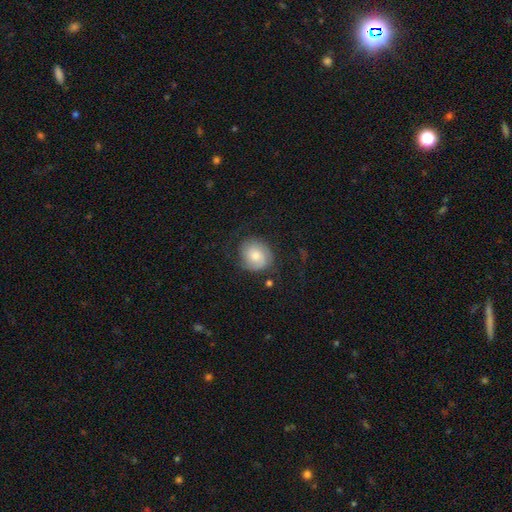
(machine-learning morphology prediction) type=smooth (48%); merging=none (68%).